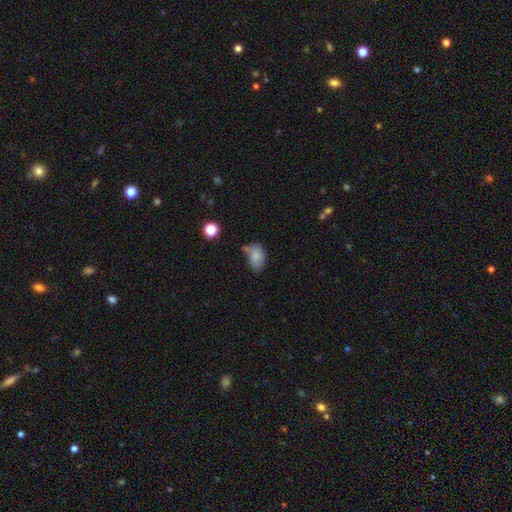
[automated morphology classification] Smooth or featured: smooth — 82% (star or artifact — 10%)
How rounded: in between — 84% (round — 14%)
Merging: none — 46% (minor disturbance — 31%)